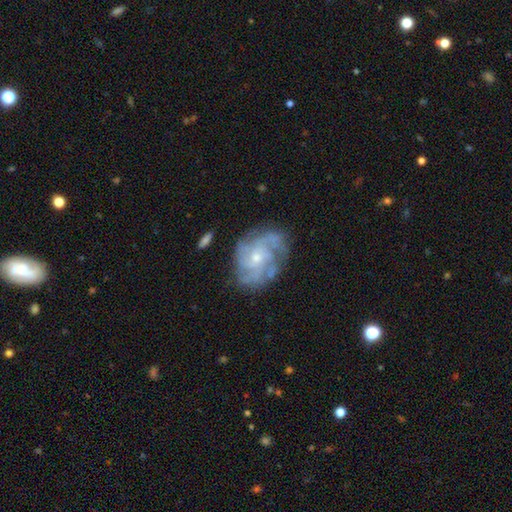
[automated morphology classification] Smooth or featured?
  - featured or disk: 79% *
  - star or artifact: 11%
  - smooth: 10%
Edge-on disk?
  - no: 97% *
  - yes: 3%
Bar?
  - no: 66% *
  - weak: 28%
  - strong: 6%
Spiral arms?
  - yes: 95% *
  - no: 5%
Spiral winding?
  - tight: 56% *
  - medium: 36%
  - loose: 9%
Spiral arm count?
  - can't tell: 27% *
  - 3: 25%
  - 4: 22%
  - 2: 12%
  - more than 4: 8%
  - 1: 7%
Bulge size?
  - small: 60% *
  - moderate: 35%
  - none: 2%
  - large: 2%
  - dominant: 1%
Merging?
  - none: 76% *
  - minor disturbance: 16%
  - major disturbance: 6%
  - merger: 2%